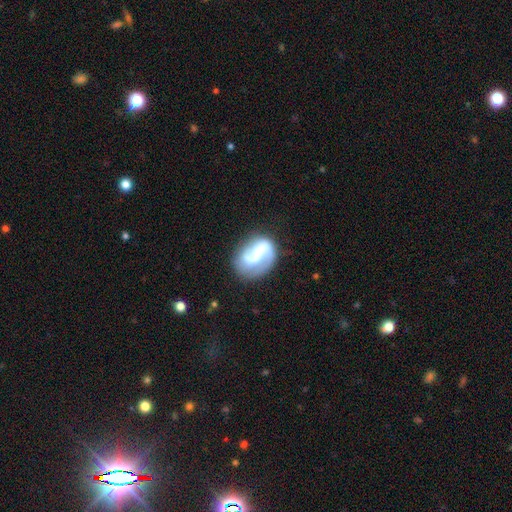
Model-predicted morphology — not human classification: Overall: featured or disk (72%). Edge-on disk: no (98%). Bar: weak (37%; strong 36%). Spiral arms: yes (86%). Spiral arm count: 2 (63%; 1 26%). Spiral winding: loose (42%; medium 38%). Bulge size: none (34%; small 26%). Merging: none (57%; minor disturbance 21%).